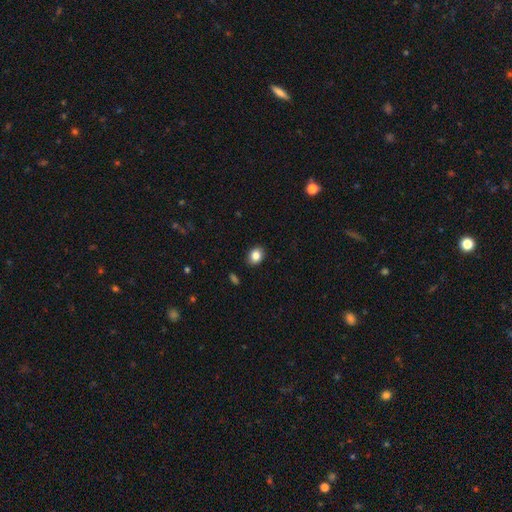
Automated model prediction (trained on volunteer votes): smooth_or_featured: smooth (p=0.85) [alt: star or artifact p=0.09]
how_rounded: in between (p=0.52) [alt: round p=0.47]
merging: none (p=0.89) [alt: minor disturbance p=0.08]